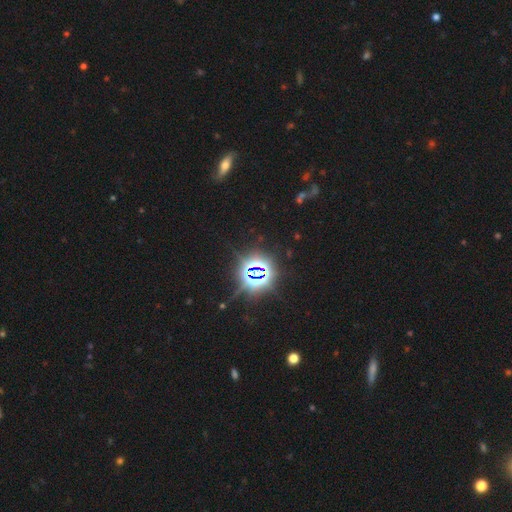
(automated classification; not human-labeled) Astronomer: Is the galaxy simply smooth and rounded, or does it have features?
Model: star or artifact — 80%.